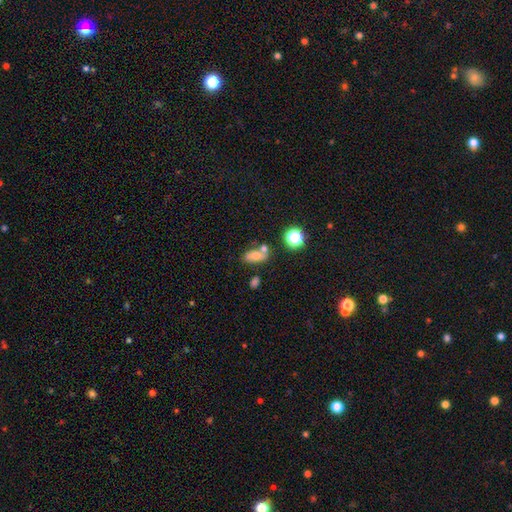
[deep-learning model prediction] A smooth galaxy with no disk features (62%) that is in between round and cigar-shaped (77%).

Vote fractions:
- Smooth or featured? smooth: 62% / featured or disk: 24% / star or artifact: 14%
- How rounded? in between: 77% / round: 16% / cigar-shaped: 6%
- Merging? none: 52% / merger: 25% / minor disturbance: 16% / major disturbance: 6%